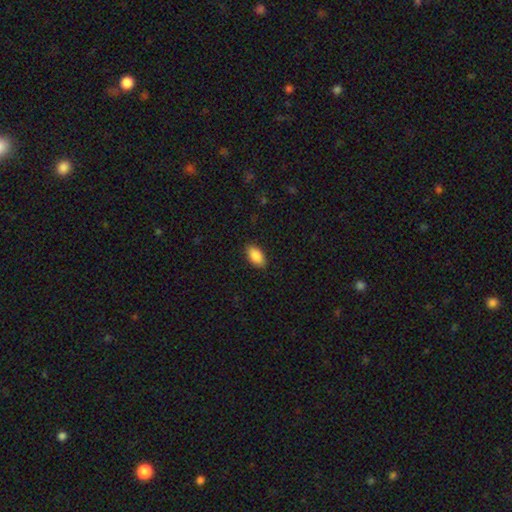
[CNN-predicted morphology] Smooth or featured: smooth — 89% (star or artifact — 7%)
How rounded: in between — 94% (round — 3%)
Merging: none — 88% (minor disturbance — 9%)